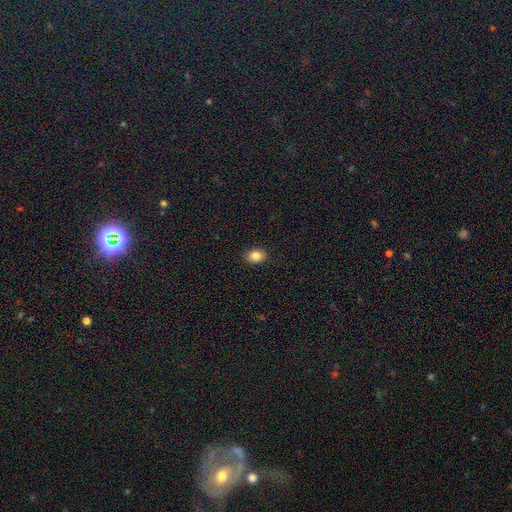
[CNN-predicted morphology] Smooth or featured? Predicted: smooth (p=0.84). How rounded? Predicted: in between (p=0.62). Merging? Predicted: none (p=0.90).